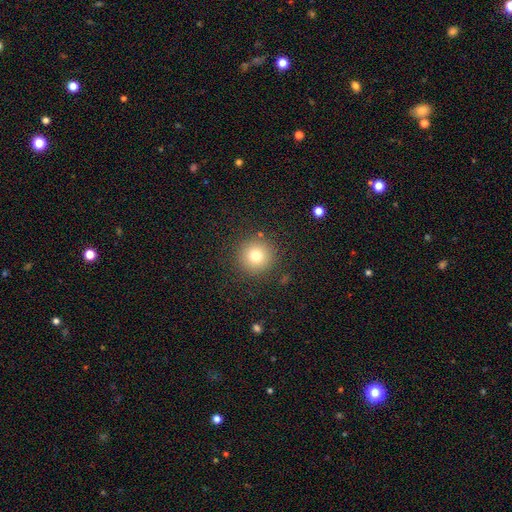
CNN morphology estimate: type=smooth (77%); roundness=round (95%); merging=none (89%).